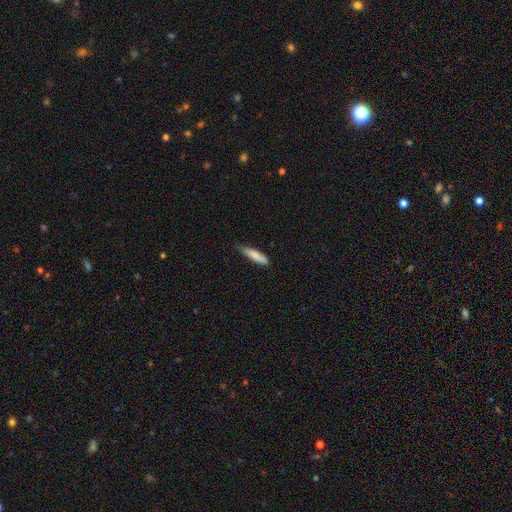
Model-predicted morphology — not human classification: smooth-or-featured: smooth: 83% | featured or disk: 11% | star or artifact: 6%
  how-rounded: cigar-shaped: 82% | in between: 16% | round: 1%
  merging: none: 68% | minor disturbance: 27% | major disturbance: 4% | merger: 1%